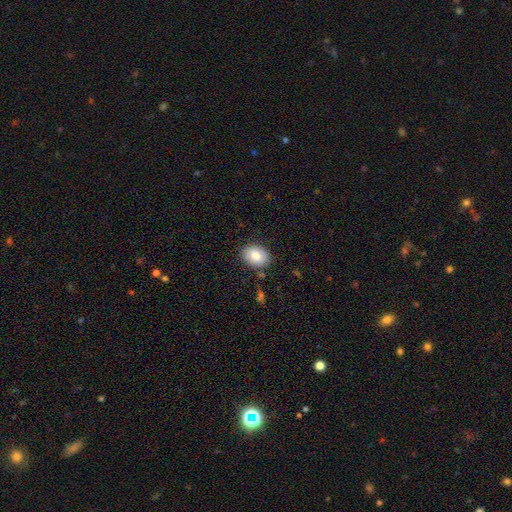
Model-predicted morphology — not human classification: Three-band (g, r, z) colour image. It shows a smooth galaxy with no disk features (80%) that is in between round and cigar-shaped (66%). Merging: none (85%).